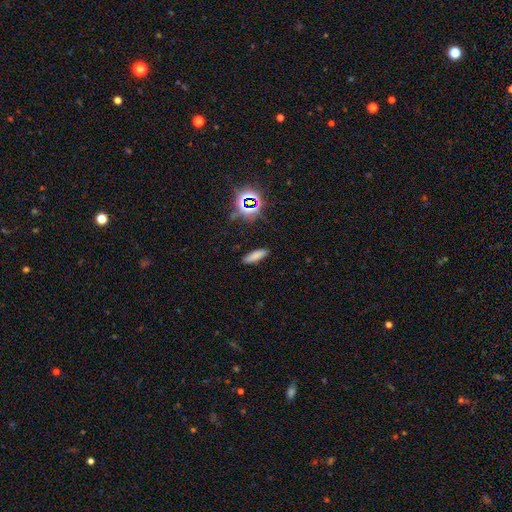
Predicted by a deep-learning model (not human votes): Morphology: type=smooth (75%); roundness=cigar-shaped (53%); merging=none (87%).